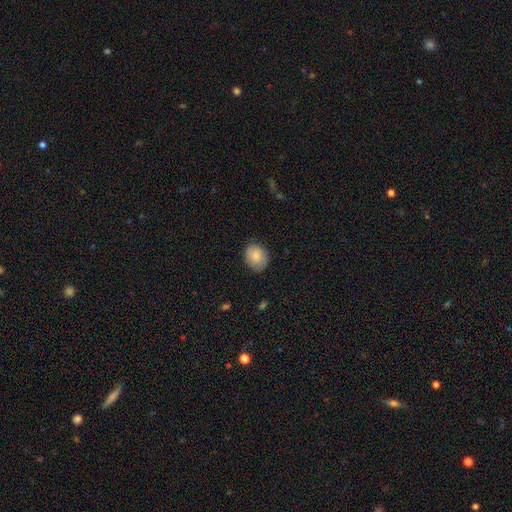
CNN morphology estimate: smooth-or-featured: smooth: 84% | featured or disk: 9% | star or artifact: 7%
  how-rounded: round: 52% | in between: 47% | cigar-shaped: 1%
  merging: none: 81% | minor disturbance: 15% | major disturbance: 3% | merger: 1%